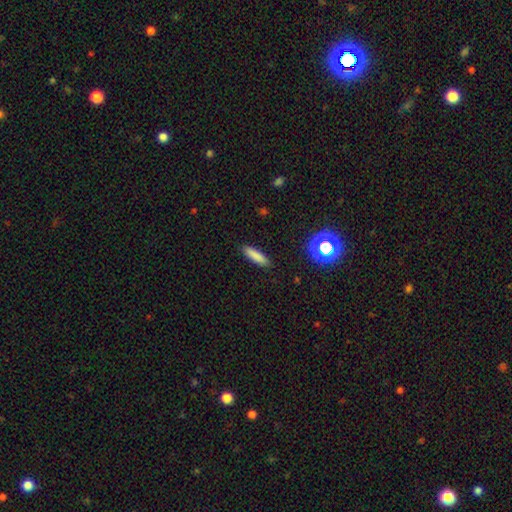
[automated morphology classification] Smooth or featured? smooth (83%)
How rounded? cigar-shaped (70%)
Merging? none (89%)